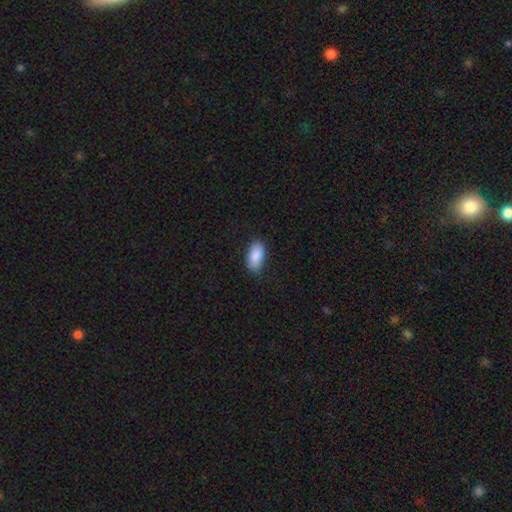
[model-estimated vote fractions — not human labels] smooth_or_featured: smooth (p=0.89) [alt: star or artifact p=0.06]
how_rounded: in between (p=0.93) [alt: cigar-shaped p=0.04]
merging: none (p=0.79) [alt: minor disturbance p=0.17]